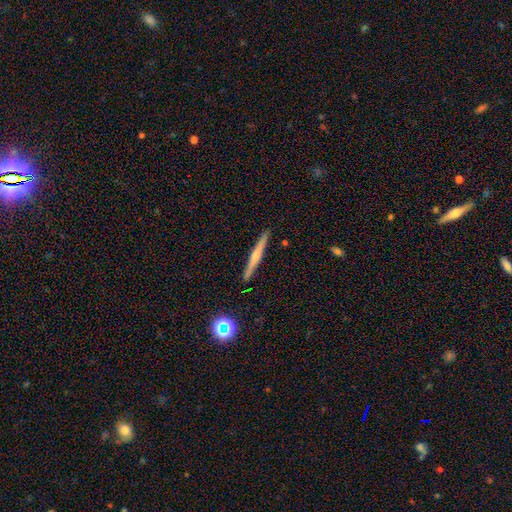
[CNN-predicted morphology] Smooth or featured?
  - featured or disk: 54% *
  - smooth: 39%
  - star or artifact: 7%
Edge-on disk?
  - yes: 98% *
  - no: 2%
Edge-on bulge?
  - rounded: 48% *
  - none: 37%
  - boxy: 16%
Merging?
  - none: 91% *
  - minor disturbance: 6%
  - major disturbance: 1%
  - merger: 1%